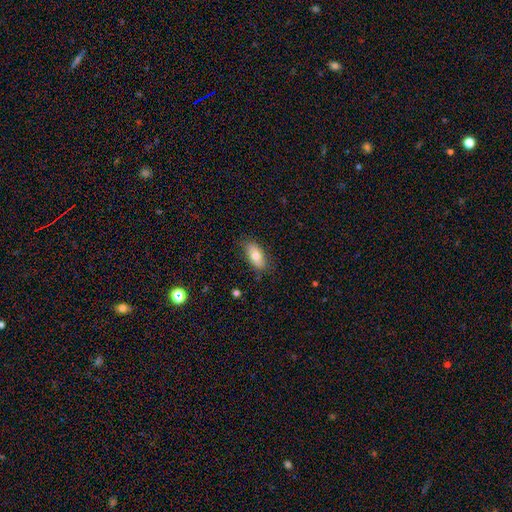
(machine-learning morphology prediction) smooth 77%, featured or disk 16%, star or artifact 7%. Down the decision tree: how rounded — in between (88%); merging — none (81%).